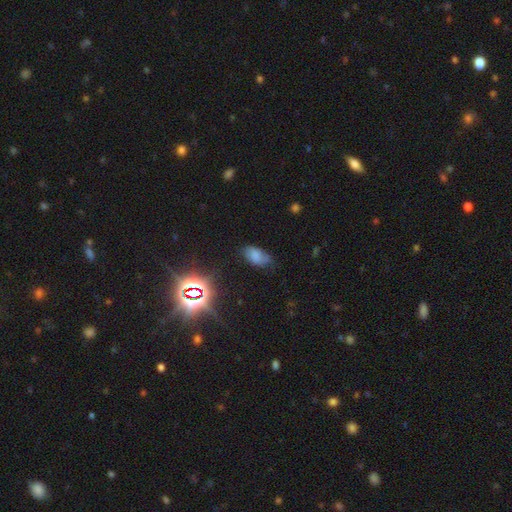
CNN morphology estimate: type=smooth (67%); roundness=in between (92%); merging=none (62%).